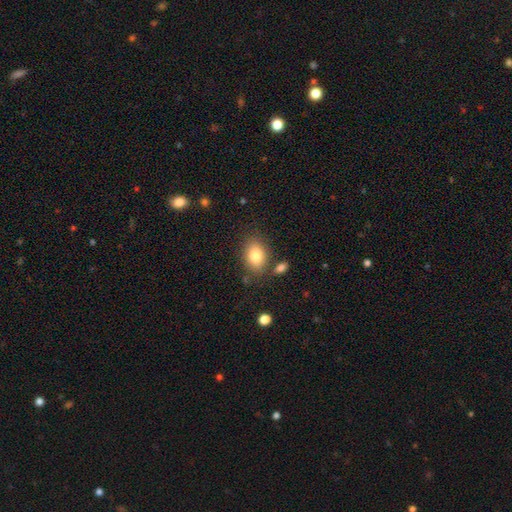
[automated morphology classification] Smooth or featured? Predicted: smooth (p=0.81). How rounded? Predicted: in between (p=0.72). Merging? Predicted: none (p=0.77).